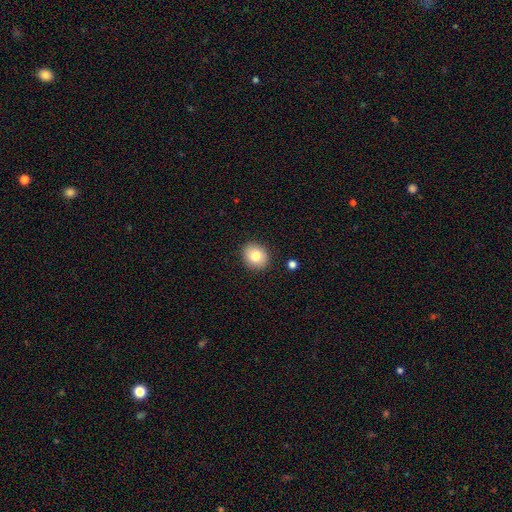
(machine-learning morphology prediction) smooth_or_featured: smooth (p=0.82) [alt: featured or disk p=0.09]
how_rounded: round (p=0.70) [alt: in between p=0.29]
merging: none (p=0.88) [alt: minor disturbance p=0.08]